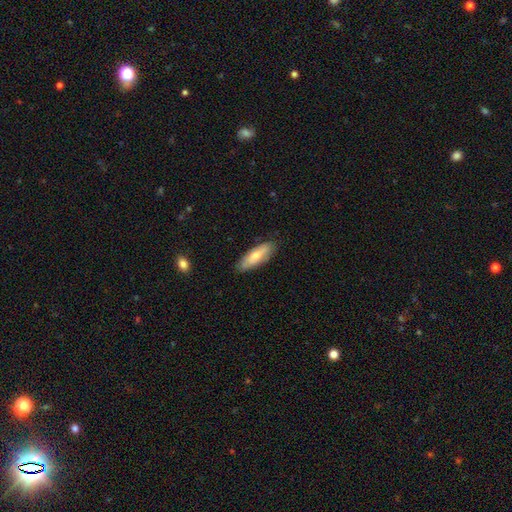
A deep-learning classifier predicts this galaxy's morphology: Smooth or featured? Predicted: smooth (p=0.66). How rounded? Predicted: in between (p=0.60). Merging? Predicted: none (p=0.83).